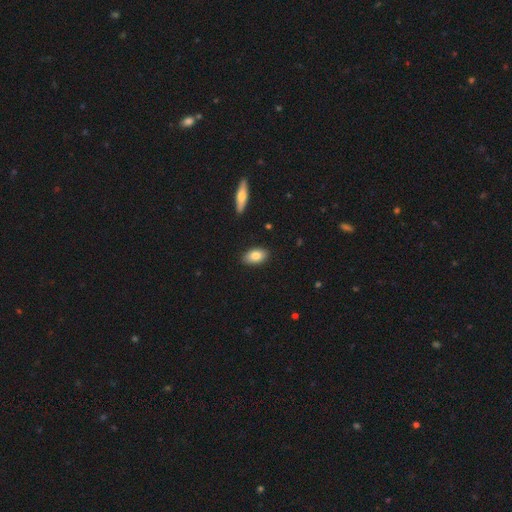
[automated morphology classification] smooth 82%, featured or disk 11%, star or artifact 7%. Down the decision tree: how rounded — in between (92%); merging — none (88%).